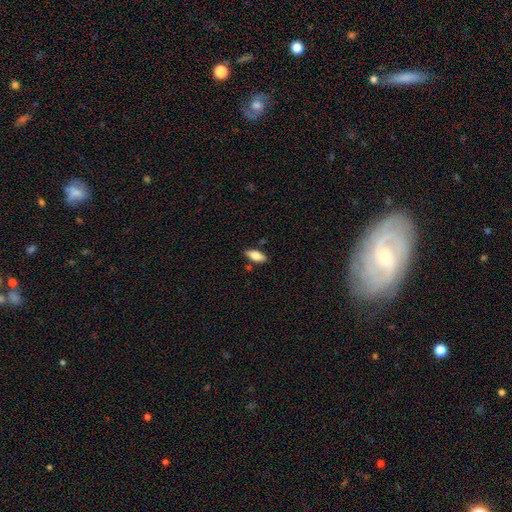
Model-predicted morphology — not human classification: The model was most divided on "smooth or featured": smooth: 77%, featured or disk: 16%, star or artifact: 7%. More confident: how rounded — in between (84%); merging — none (82%).